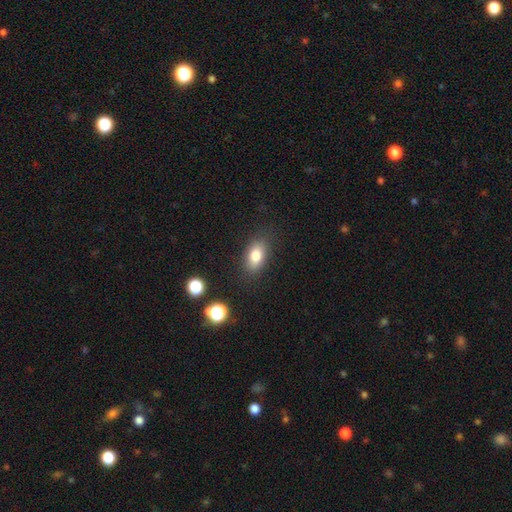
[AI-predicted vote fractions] Smooth or featured?
  - smooth: 80% *
  - featured or disk: 11%
  - star or artifact: 10%
How rounded?
  - in between: 86% *
  - round: 11%
  - cigar-shaped: 3%
Merging?
  - none: 84% *
  - minor disturbance: 11%
  - major disturbance: 3%
  - merger: 2%